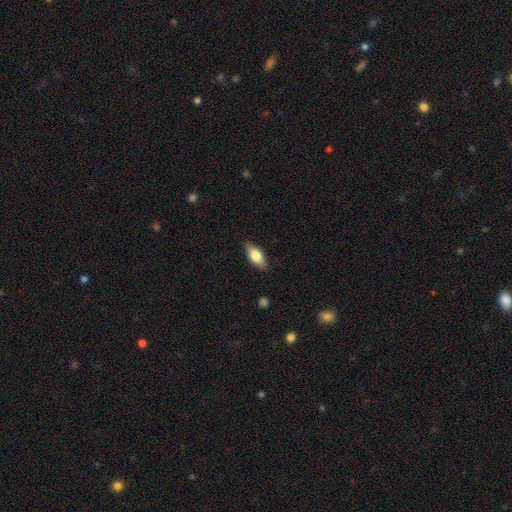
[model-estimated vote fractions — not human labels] Smooth or featured? smooth (76%)
How rounded? in between (86%)
Merging? none (86%)